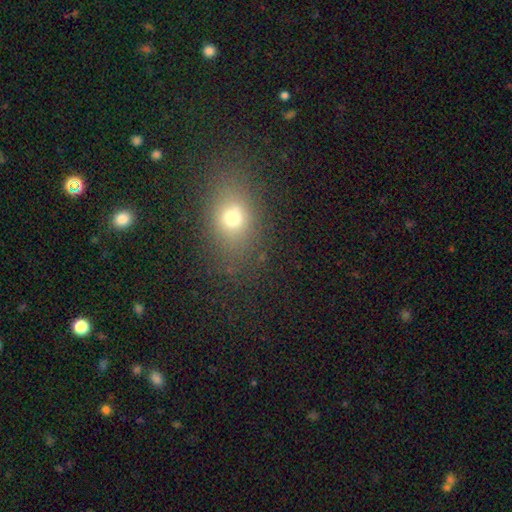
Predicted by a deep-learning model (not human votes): A smooth galaxy with no disk features (66%) that is in between round and cigar-shaped (65%).

Vote fractions:
- Smooth or featured? smooth: 66% / star or artifact: 21% / featured or disk: 13%
- How rounded? in between: 65% / round: 31% / cigar-shaped: 4%
- Merging? none: 85% / minor disturbance: 9% / major disturbance: 4% / merger: 1%